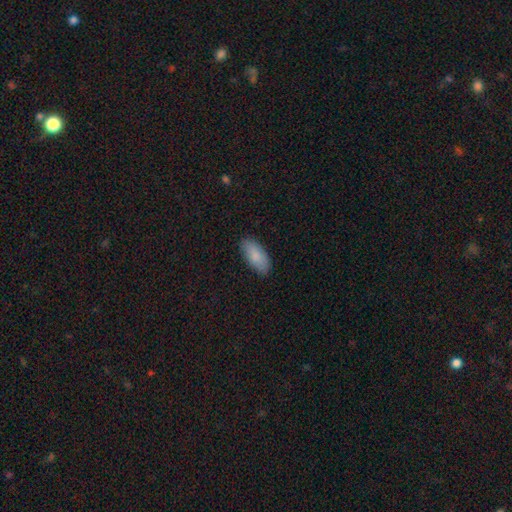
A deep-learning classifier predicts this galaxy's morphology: Smooth or featured? Predicted: smooth (p=0.86). How rounded? Predicted: in between (p=0.90). Merging? Predicted: none (p=0.86).